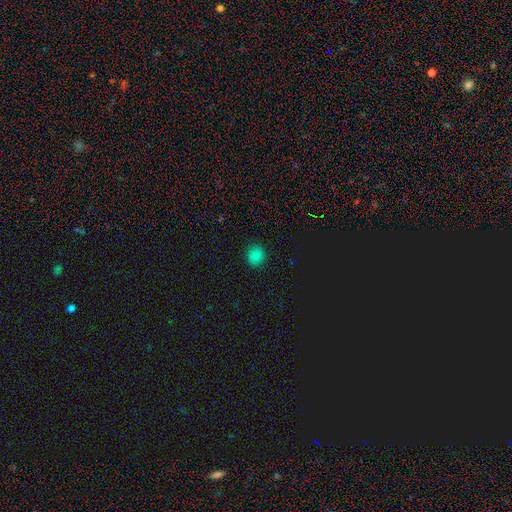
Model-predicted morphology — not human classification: A smooth galaxy with no disk features (81%) that is round (84%). Merging: none (90%).